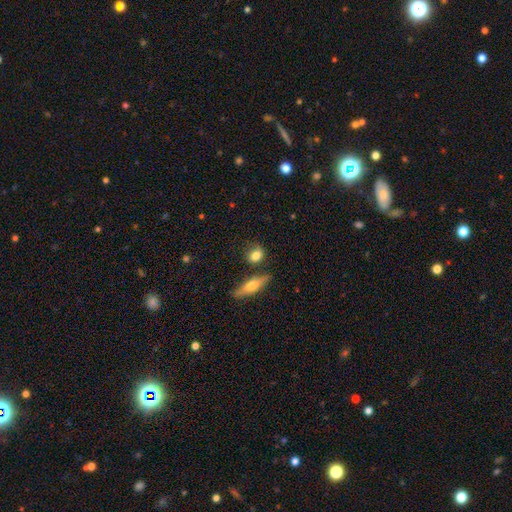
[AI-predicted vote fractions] Smooth or featured? smooth (78%)
How rounded? round (49%)
Merging? none (70%)